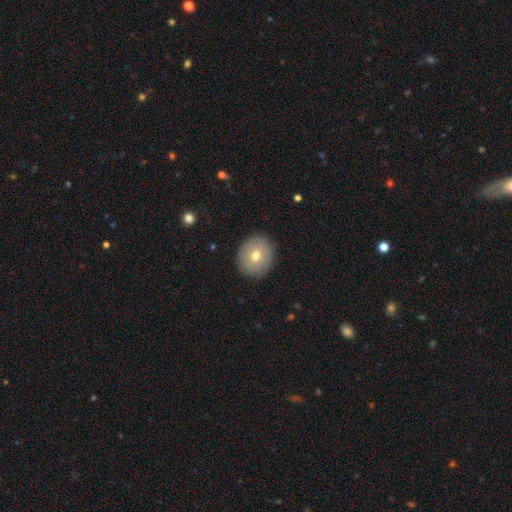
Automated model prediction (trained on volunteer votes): A smooth galaxy with no disk features (68%) that is round (68%). Merging: none (88%).